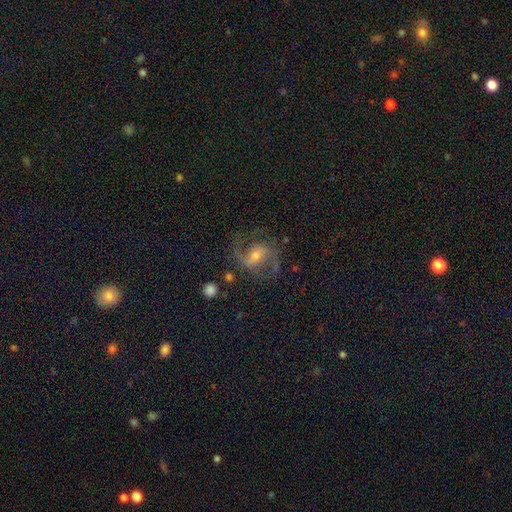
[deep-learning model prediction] This is clearly a featured or disk galaxy (85%). It is clearly not viewed edge-on (97%). Bar: possibly weak (45%). Spiral arm pattern: clearly yes (96%). Spiral arm count: clearly 2 (89%). Spiral winding: possibly medium (57%). Central bulge: possibly small (51%). Merging: likely none (72%).